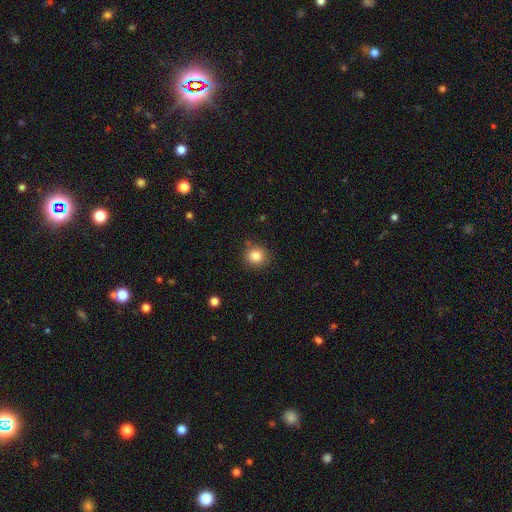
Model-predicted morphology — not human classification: Overall: smooth (84%). How rounded: round (90%). Merging: none (86%).